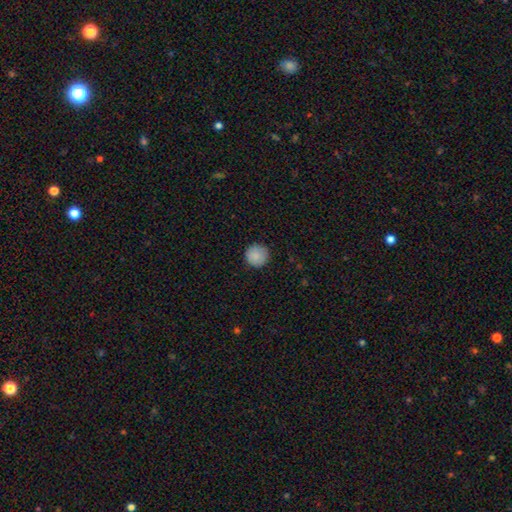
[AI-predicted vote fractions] This appears to be a smooth galaxy with no disk features (87%) that is round (95%). Merging: none (90%).